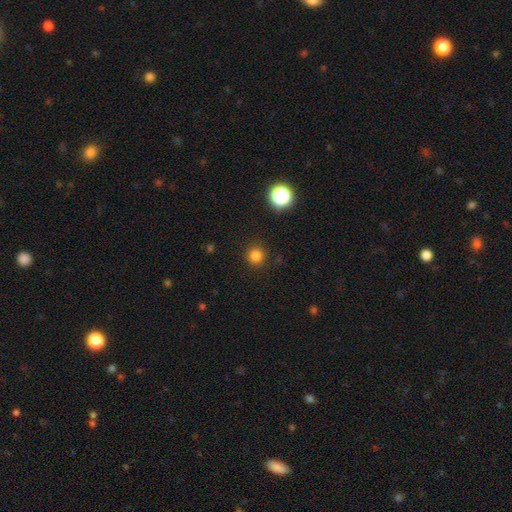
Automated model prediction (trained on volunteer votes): The model was most divided on "smooth or featured": smooth: 80%, star or artifact: 15%, featured or disk: 4%. More confident: how rounded — round (95%); merging — none (91%).